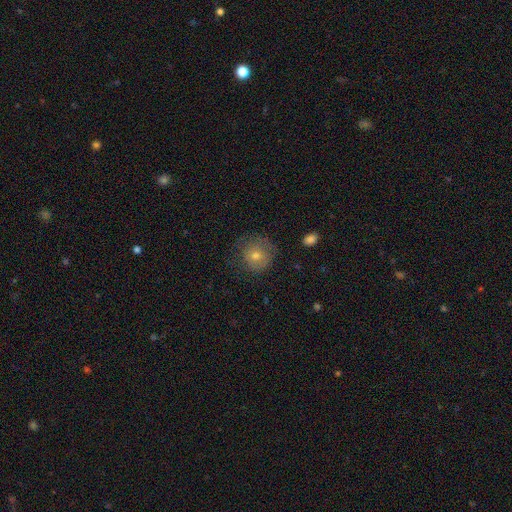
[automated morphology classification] The model was most divided on "smooth or featured": smooth: 65%, featured or disk: 23%, star or artifact: 12%. More confident: how rounded — round (90%); merging — none (72%).